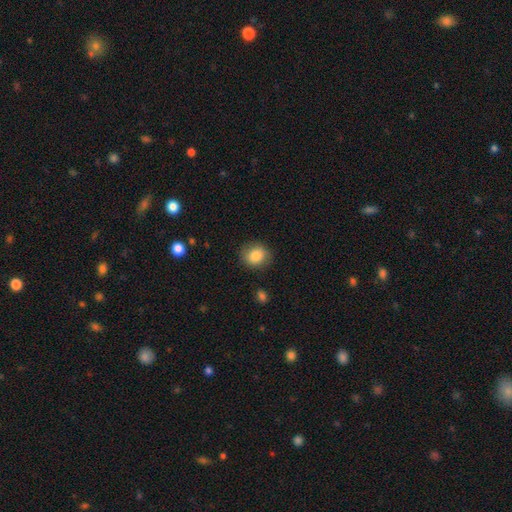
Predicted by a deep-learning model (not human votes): The model was most divided on "how rounded": round: 75%, in between: 24%, cigar-shaped: 1%. More confident: smooth or featured — smooth (84%); merging — none (84%).